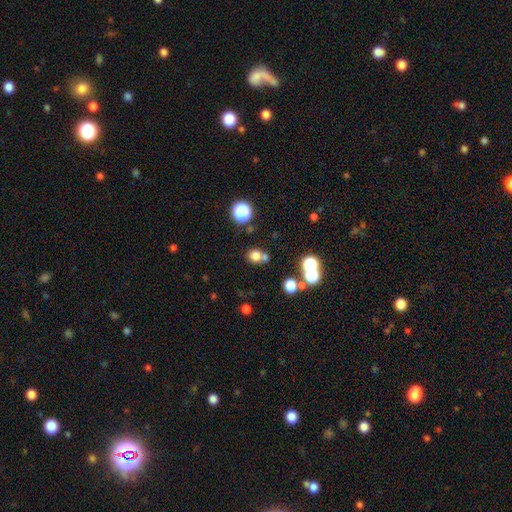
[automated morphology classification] A smooth galaxy with no disk features (73%) that is round (77%).

Vote fractions:
- Smooth or featured? smooth: 73% / star or artifact: 18% / featured or disk: 8%
- How rounded? round: 77% / in between: 22% / cigar-shaped: 1%
- Merging? none: 57% / merger: 29% / minor disturbance: 10% / major disturbance: 4%